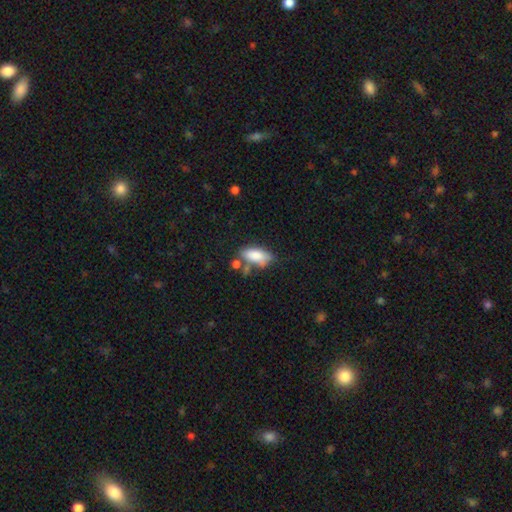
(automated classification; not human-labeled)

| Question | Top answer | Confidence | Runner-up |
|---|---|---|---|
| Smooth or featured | smooth | 81% | featured or disk (12%) |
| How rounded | in between | 87% | cigar-shaped (10%) |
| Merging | none | 45% | minor disturbance (23%) |